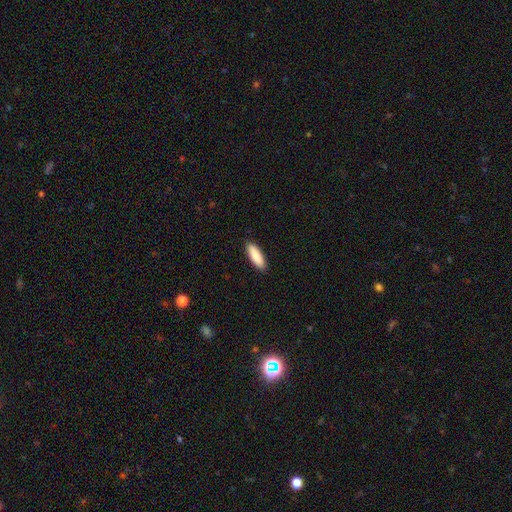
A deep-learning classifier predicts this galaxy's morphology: This is clearly a smooth galaxy (88%). How rounded: possibly in between (52%). Merging: clearly none (90%).